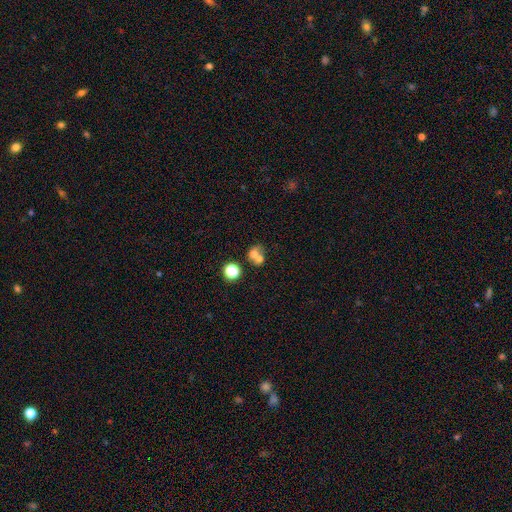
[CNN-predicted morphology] A smooth galaxy with no disk features (64%) that is round (65%).

Vote fractions:
- Smooth or featured? smooth: 64% / featured or disk: 22% / star or artifact: 14%
- How rounded? round: 65% / in between: 34% / cigar-shaped: 1%
- Merging? merger: 65% / none: 24% / minor disturbance: 6% / major disturbance: 5%